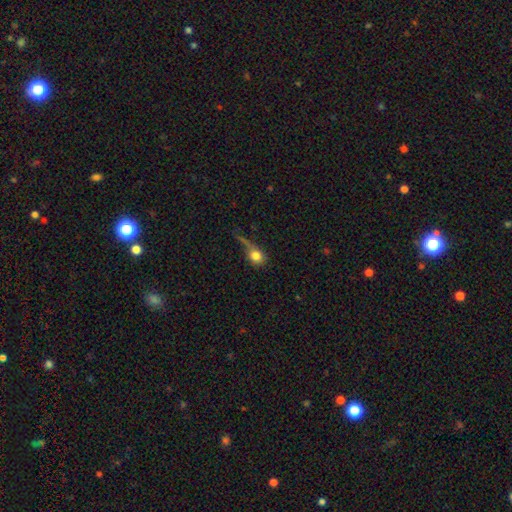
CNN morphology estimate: smooth 74%, featured or disk 16%, star or artifact 10%. Down the decision tree: how rounded — round (59%); merging — major disturbance (39%).